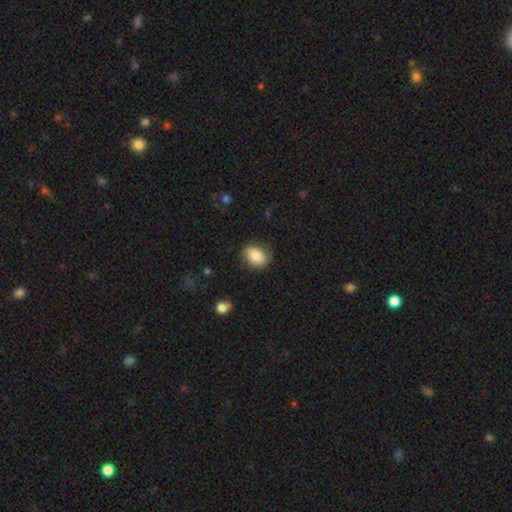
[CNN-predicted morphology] Smooth or featured: smooth — 81% (featured or disk — 12%)
How rounded: in between — 74% (round — 25%)
Merging: none — 77% (minor disturbance — 18%)